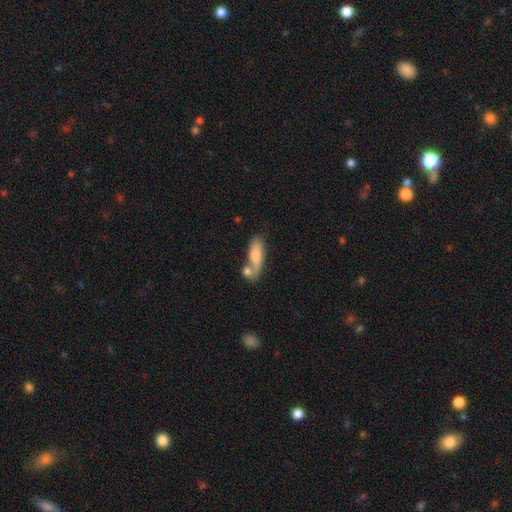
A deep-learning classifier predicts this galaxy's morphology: smooth 74%, featured or disk 20%, star or artifact 6%. Down the decision tree: how rounded — in between (65%); merging — none (41%).